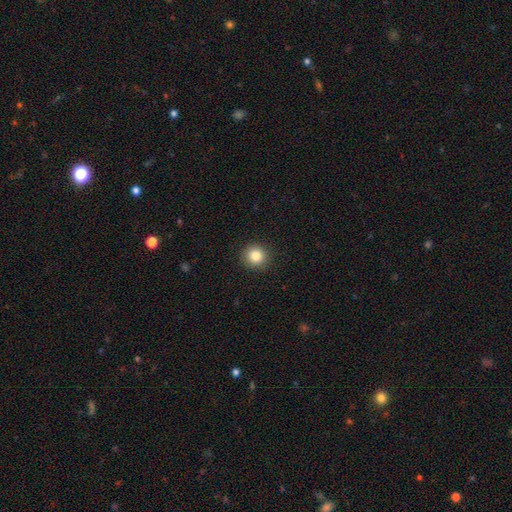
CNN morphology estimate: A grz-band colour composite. It shows a smooth galaxy with no disk features (84%) that is round (92%). Merging: none (91%).